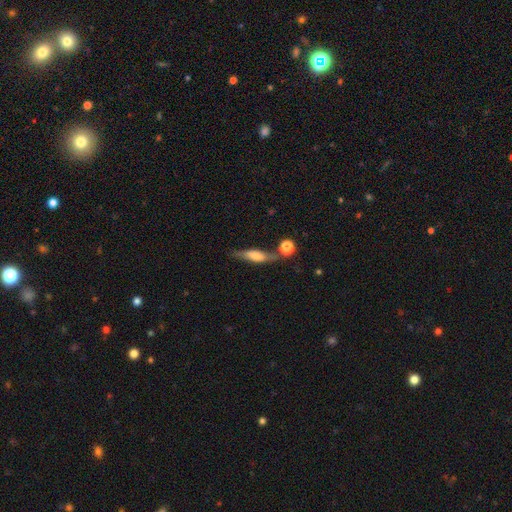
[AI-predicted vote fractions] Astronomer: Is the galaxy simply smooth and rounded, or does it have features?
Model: smooth — 46%, tied with featured or disk at 46%.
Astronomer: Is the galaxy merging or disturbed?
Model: none — 58%.